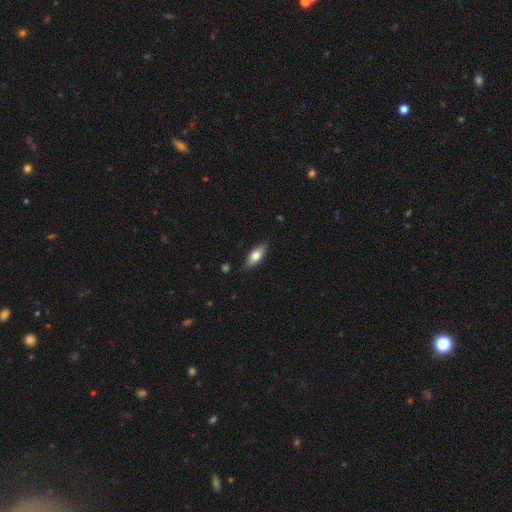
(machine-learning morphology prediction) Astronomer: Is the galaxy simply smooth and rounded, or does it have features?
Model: smooth — 73%.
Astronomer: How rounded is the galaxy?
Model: in between — 79%.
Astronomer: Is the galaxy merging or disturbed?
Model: none — 84%.